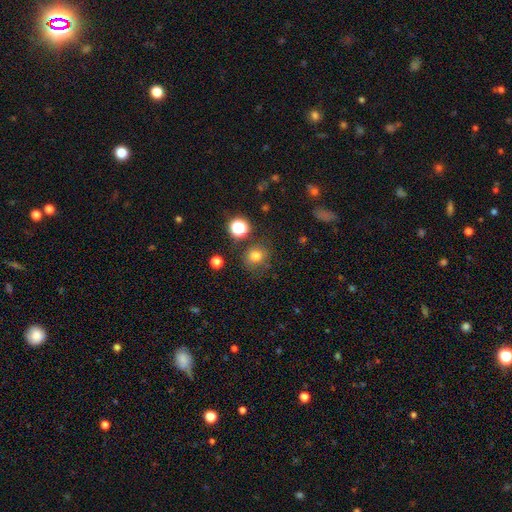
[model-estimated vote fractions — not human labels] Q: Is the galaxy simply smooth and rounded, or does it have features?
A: smooth — 77%.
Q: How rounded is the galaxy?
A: round — 82%.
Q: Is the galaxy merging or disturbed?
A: none — 78%.